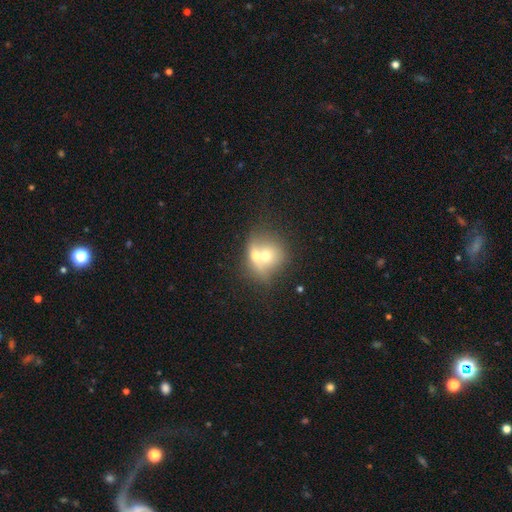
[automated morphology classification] smooth 60%, featured or disk 30%, star or artifact 10%. Down the decision tree: how rounded — round (70%); merging — merger (71%).